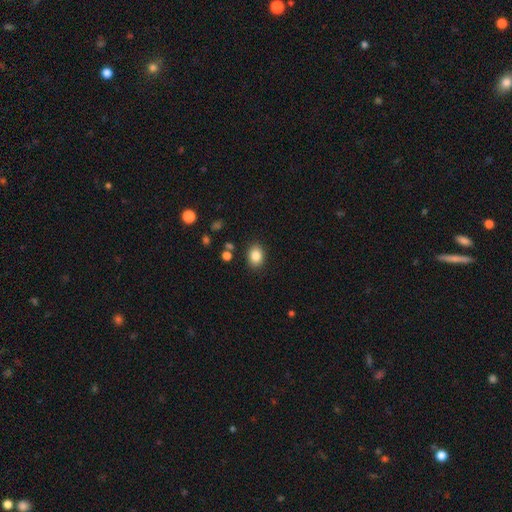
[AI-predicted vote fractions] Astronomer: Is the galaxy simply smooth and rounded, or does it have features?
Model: smooth — 85%.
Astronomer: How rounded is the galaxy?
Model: in between — 64%.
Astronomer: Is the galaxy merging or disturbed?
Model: none — 87%.